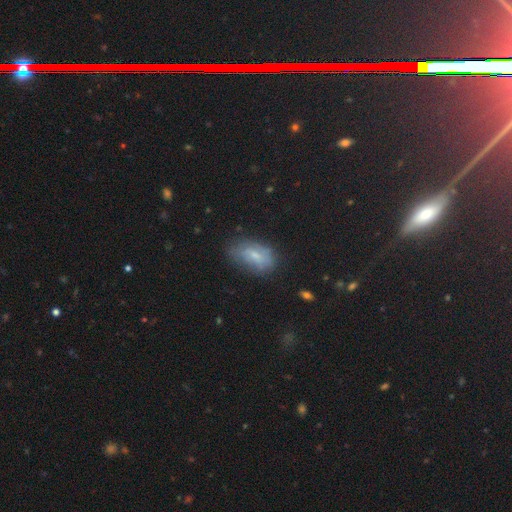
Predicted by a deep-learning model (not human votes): Smooth or featured? smooth (60%)
How rounded? in between (90%)
Merging? none (59%)